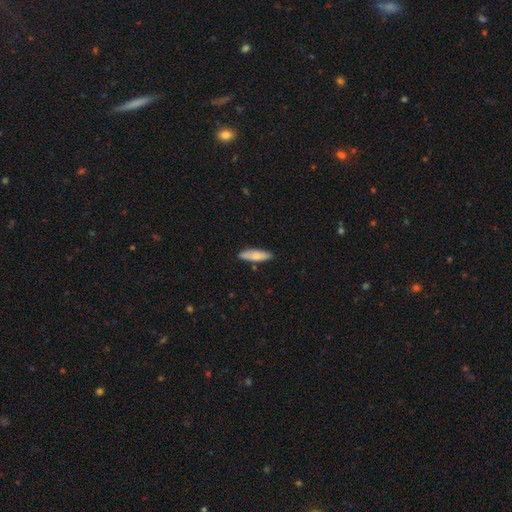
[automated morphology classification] Overall: smooth (76%). How rounded: cigar-shaped (63%; in between 35%). Merging: none (86%).